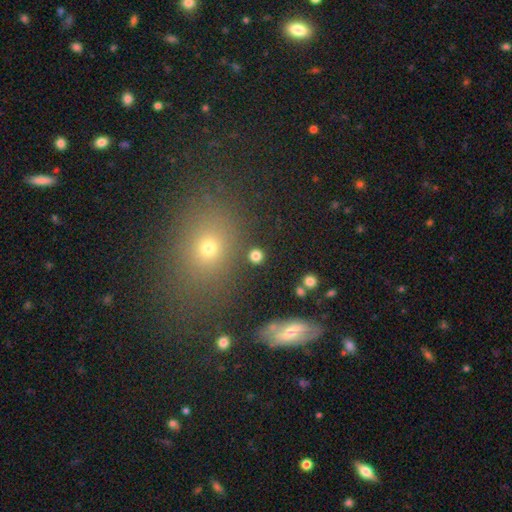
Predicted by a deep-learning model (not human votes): Smooth or featured? smooth (81%)
How rounded? round (91%)
Merging? none (88%)